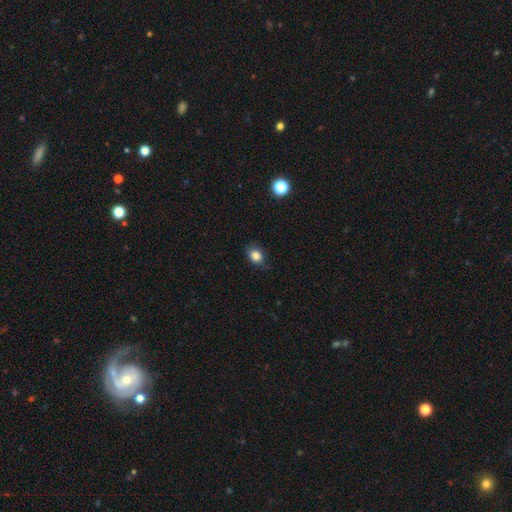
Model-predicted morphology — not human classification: Q: Smooth or featured?
A: smooth (84%); runner-up: star or artifact (11%)
Q: How rounded?
A: in between (58%); runner-up: round (41%)
Q: Merging?
A: none (78%); runner-up: minor disturbance (17%)